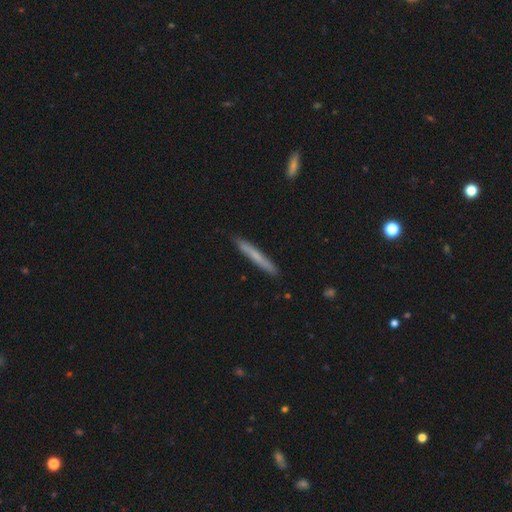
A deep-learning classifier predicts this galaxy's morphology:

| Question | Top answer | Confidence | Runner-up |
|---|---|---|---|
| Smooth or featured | smooth | 62% | featured or disk (31%) |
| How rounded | cigar-shaped | 96% | in between (2%) |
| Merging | none | 89% | minor disturbance (8%) |